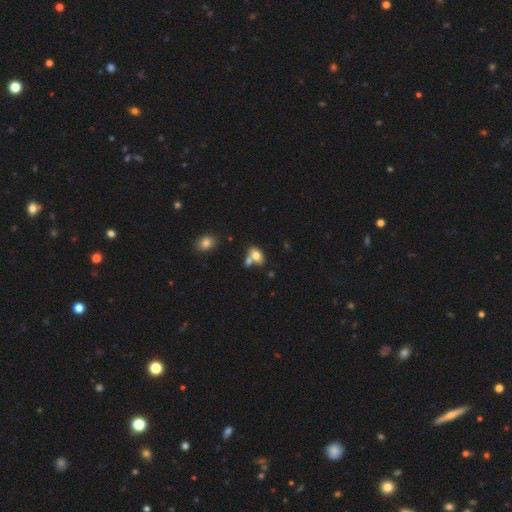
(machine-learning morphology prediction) Smooth or featured? Predicted: smooth (p=0.76). How rounded? Predicted: in between (p=0.83). Merging? Predicted: merger (p=0.43).